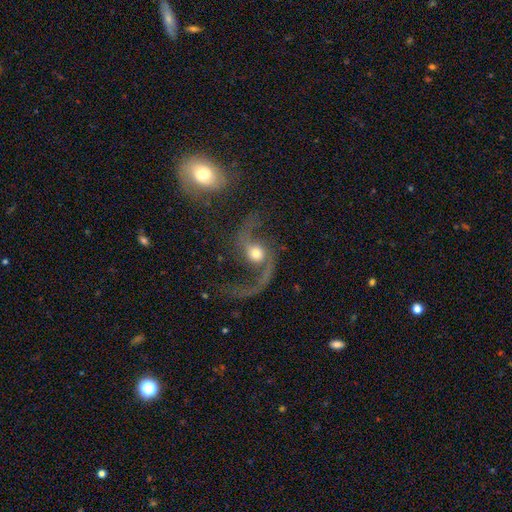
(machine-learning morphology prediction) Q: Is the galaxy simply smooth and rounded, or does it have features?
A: featured or disk — 87%.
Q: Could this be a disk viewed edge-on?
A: no — 96%.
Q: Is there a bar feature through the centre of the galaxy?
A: no — 53%.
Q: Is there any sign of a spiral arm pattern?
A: yes — 95%.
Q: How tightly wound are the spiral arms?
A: loose — 71%.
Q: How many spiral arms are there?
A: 2 — 89%.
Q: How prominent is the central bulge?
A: moderate — 63%.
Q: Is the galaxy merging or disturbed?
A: none — 53%.